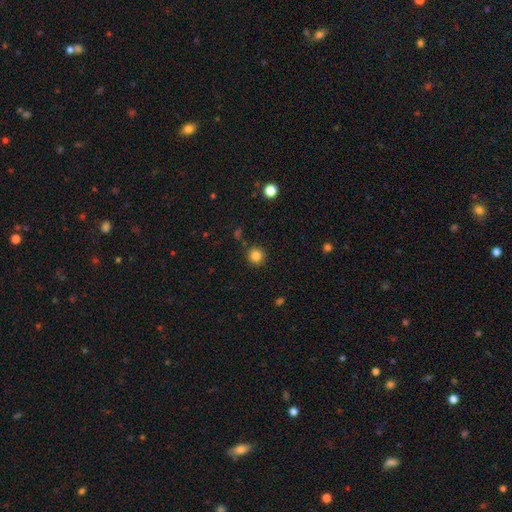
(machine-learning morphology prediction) Q: Smooth or featured?
A: smooth (84%); runner-up: star or artifact (12%)
Q: How rounded?
A: round (95%); runner-up: in between (4%)
Q: Merging?
A: none (88%); runner-up: minor disturbance (7%)